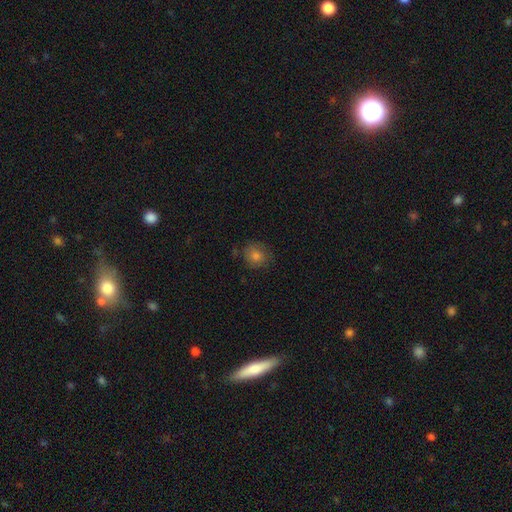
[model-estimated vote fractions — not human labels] smooth-or-featured: smooth: 76% | star or artifact: 12% | featured or disk: 12%
  how-rounded: round: 82% | in between: 17% | cigar-shaped: 1%
  merging: none: 79% | minor disturbance: 16% | major disturbance: 4% | merger: 2%